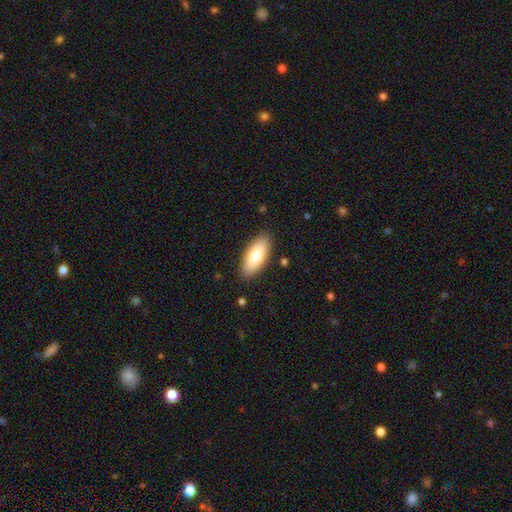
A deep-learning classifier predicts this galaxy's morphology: smooth-or-featured: smooth: 80% | featured or disk: 14% | star or artifact: 6%
  how-rounded: in between: 84% | cigar-shaped: 14% | round: 2%
  merging: none: 87% | minor disturbance: 9% | major disturbance: 2% | merger: 1%